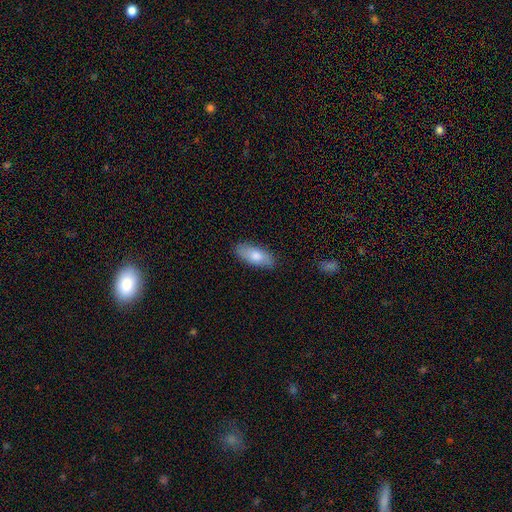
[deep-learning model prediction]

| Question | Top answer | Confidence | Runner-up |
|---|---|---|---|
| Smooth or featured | smooth | 76% | featured or disk (18%) |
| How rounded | in between | 81% | cigar-shaped (16%) |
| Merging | none | 85% | minor disturbance (12%) |